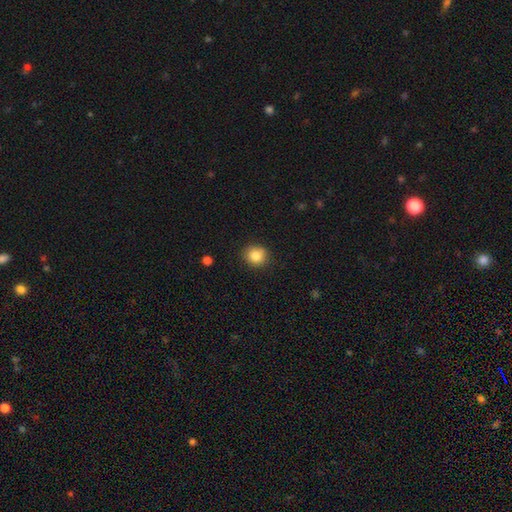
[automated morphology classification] A smooth galaxy with no disk features (84%) that is round (84%). Merging: none (85%).